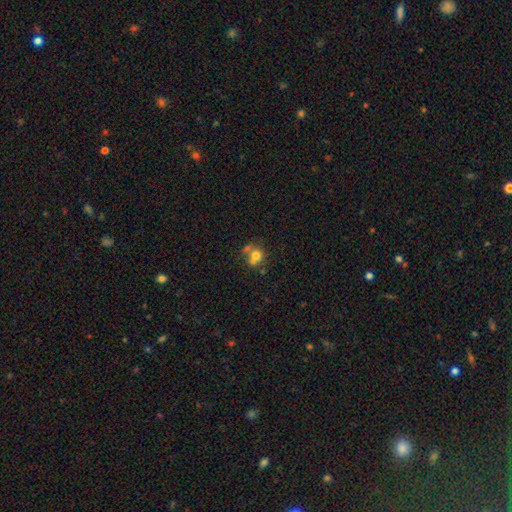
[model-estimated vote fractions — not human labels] Smooth or featured?
  - smooth: 66% *
  - featured or disk: 20%
  - star or artifact: 14%
How rounded?
  - round: 79% *
  - in between: 20%
  - cigar-shaped: 1%
Merging?
  - merger: 46% *
  - none: 39%
  - minor disturbance: 9%
  - major disturbance: 5%